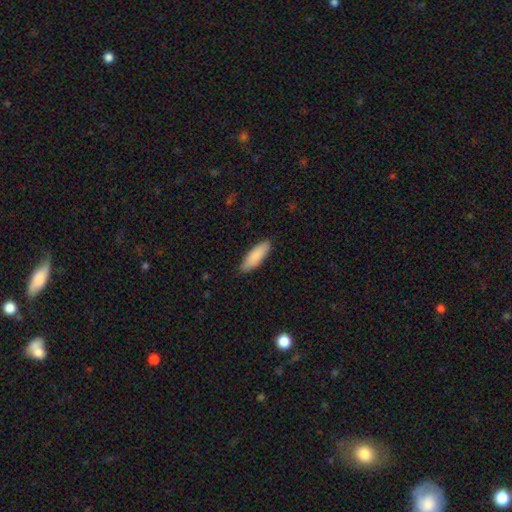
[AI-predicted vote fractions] The model was most divided on "how rounded": in between: 57%, cigar-shaped: 42%, round: 1%. More confident: smooth or featured — smooth (89%); merging — none (87%).